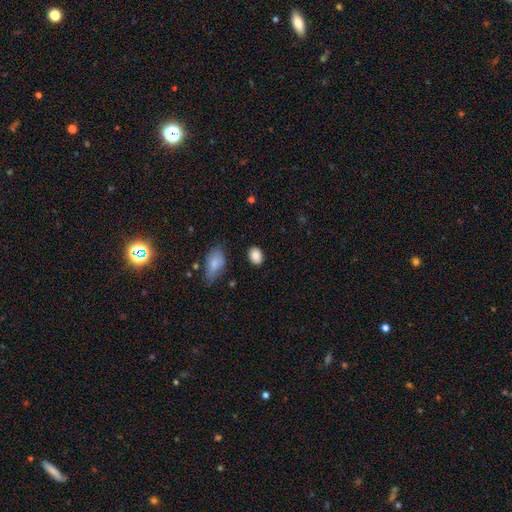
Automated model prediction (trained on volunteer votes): This appears to be a smooth galaxy with no disk features (88%) that is in between round and cigar-shaped (77%). Merging: none (85%).